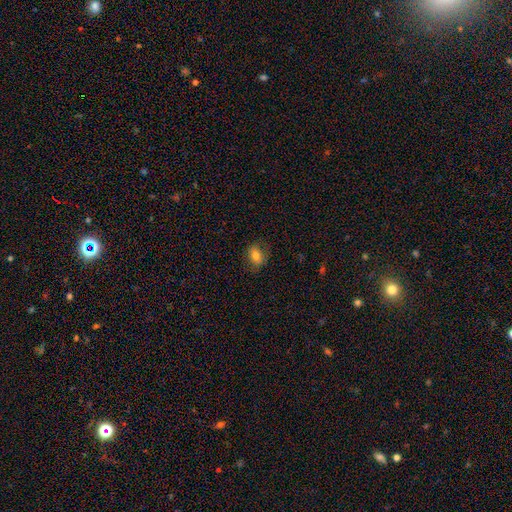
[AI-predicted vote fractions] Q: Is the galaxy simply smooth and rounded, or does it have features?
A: smooth — 75%.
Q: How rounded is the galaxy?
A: in between — 65%.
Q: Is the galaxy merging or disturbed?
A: none — 76%.